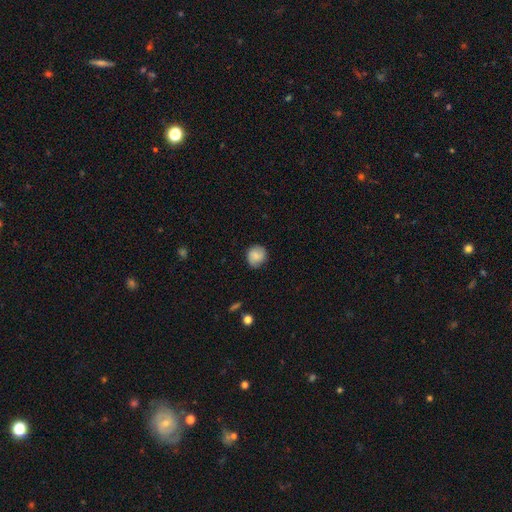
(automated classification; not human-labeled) Smooth or featured?
  - smooth: 78% *
  - featured or disk: 15%
  - star or artifact: 8%
How rounded?
  - round: 85% *
  - in between: 14%
  - cigar-shaped: 1%
Merging?
  - none: 83% *
  - minor disturbance: 13%
  - major disturbance: 3%
  - merger: 1%